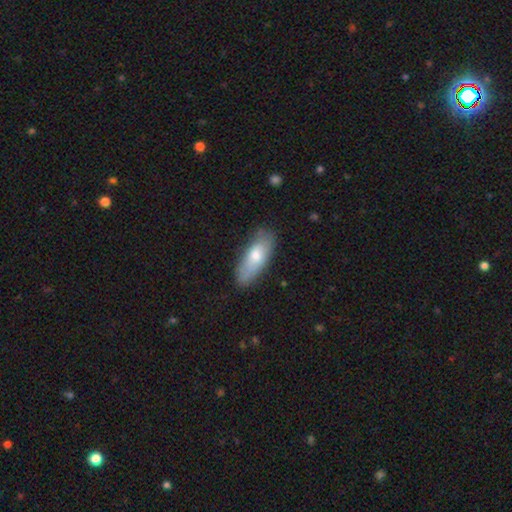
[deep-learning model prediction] Smooth or featured: smooth — 71% (featured or disk — 24%)
How rounded: in between — 67% (cigar-shaped — 31%)
Merging: none — 77% (minor disturbance — 18%)